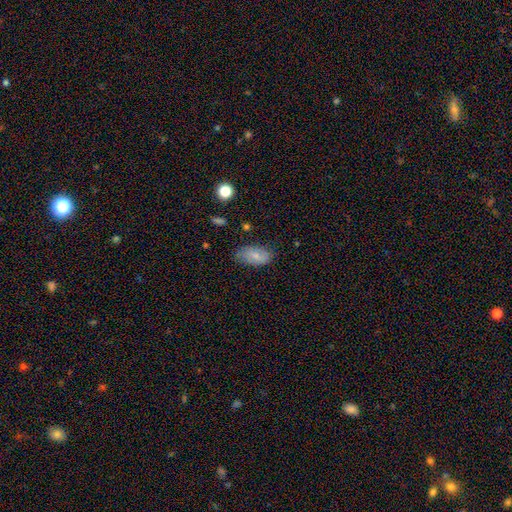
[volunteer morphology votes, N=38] Q: Smooth or featured?
A: smooth (68%); runner-up: featured or disk (24%)
Q: How rounded?
A: in between (96%); runner-up: cigar-shaped (4%)
Q: Merging?
A: none (89%); runner-up: minor disturbance (11%)